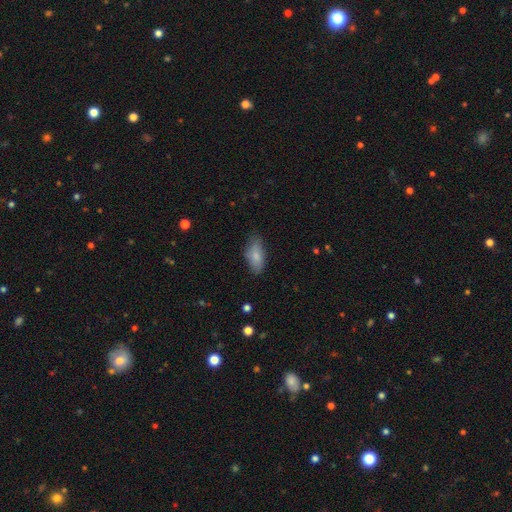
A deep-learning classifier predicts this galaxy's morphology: A smooth galaxy with no disk features (81%) that is in between round and cigar-shaped (87%). Merging: none (71%).